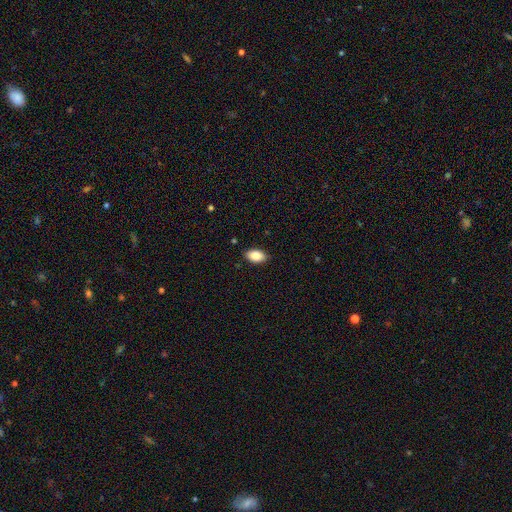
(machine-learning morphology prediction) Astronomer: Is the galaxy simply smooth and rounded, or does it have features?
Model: smooth — 86%.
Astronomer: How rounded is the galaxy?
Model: in between — 92%.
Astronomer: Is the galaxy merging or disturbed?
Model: none — 88%.